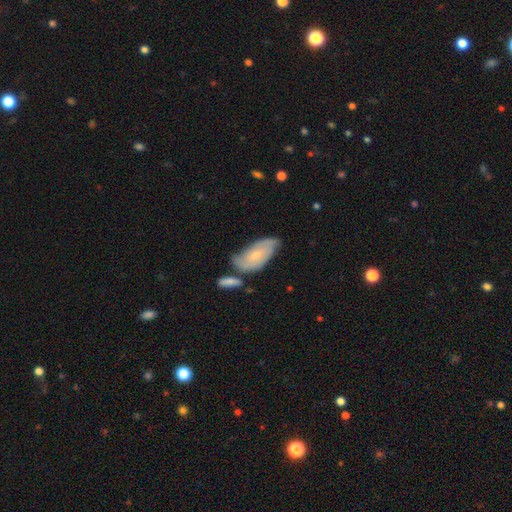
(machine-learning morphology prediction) Smooth or featured?
  - featured or disk: 51% *
  - smooth: 42%
  - star or artifact: 7%
Edge-on disk?
  - no: 91% *
  - yes: 9%
Merging?
  - none: 43% *
  - minor disturbance: 28%
  - merger: 19%
  - major disturbance: 10%